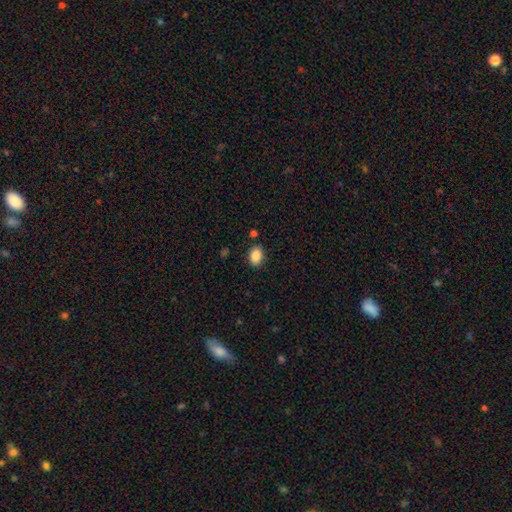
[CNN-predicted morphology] smooth-or-featured: smooth: 88% | star or artifact: 8% | featured or disk: 4%
  how-rounded: in between: 76% | round: 23% | cigar-shaped: 1%
  merging: none: 86% | minor disturbance: 9% | major disturbance: 2% | merger: 2%